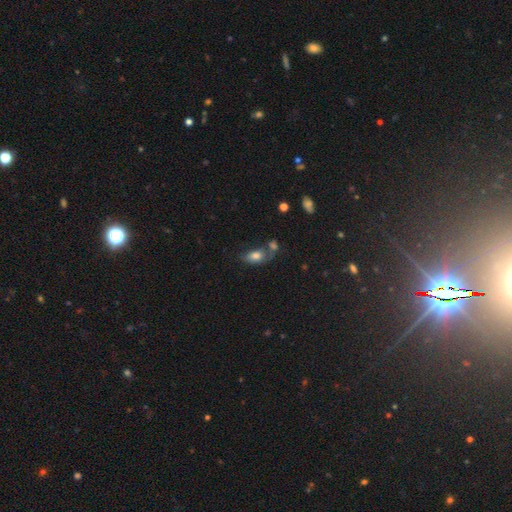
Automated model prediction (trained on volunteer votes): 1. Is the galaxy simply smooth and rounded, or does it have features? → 76% smooth, 15% featured or disk, 9% star or artifact.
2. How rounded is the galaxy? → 88% in between, 9% round, 3% cigar-shaped.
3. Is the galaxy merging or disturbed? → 39% none, 33% merger, 18% minor disturbance, 10% major disturbance.